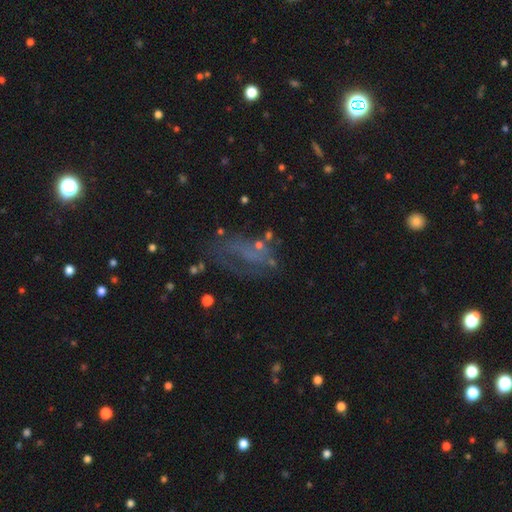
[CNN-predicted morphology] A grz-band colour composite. It shows a featured or disk galaxy (48%). Merging: none (37%, tied with major disturbance).